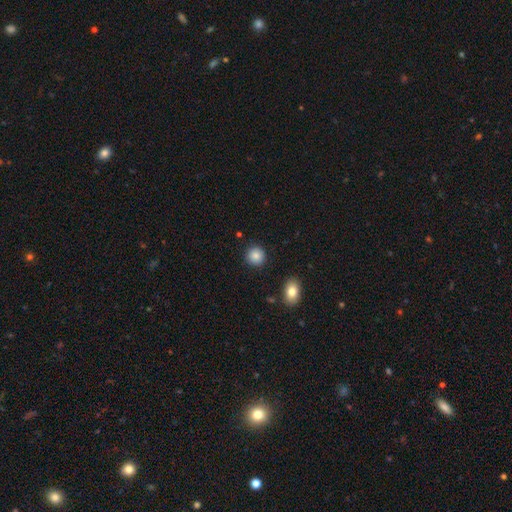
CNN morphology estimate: This appears to be a smooth galaxy with no disk features (87%) that is round (90%). Merging: none (90%).